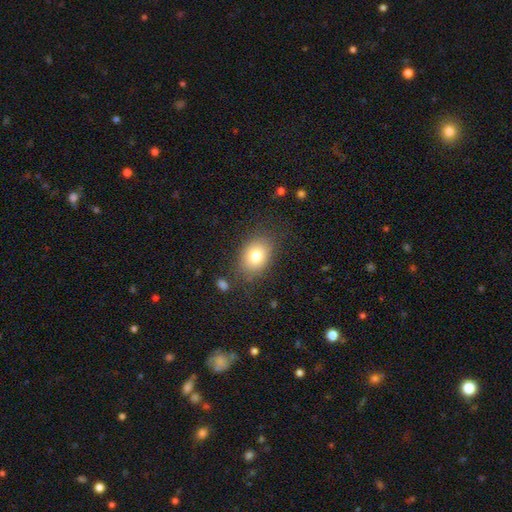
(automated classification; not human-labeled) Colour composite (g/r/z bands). It shows a smooth galaxy with no disk features (78%) that is in between round and cigar-shaped (70%). Merging: none (79%).